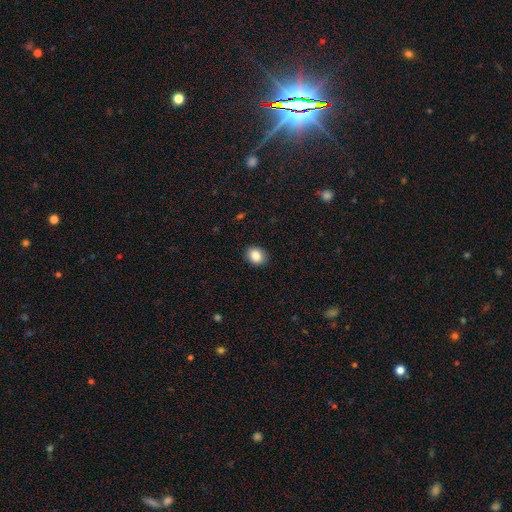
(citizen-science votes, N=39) Smooth or featured: smooth — 87% (featured or disk — 8%)
How rounded: in between — 53% (round — 47%)
Merging: none — 97% (minor disturbance — 3%)